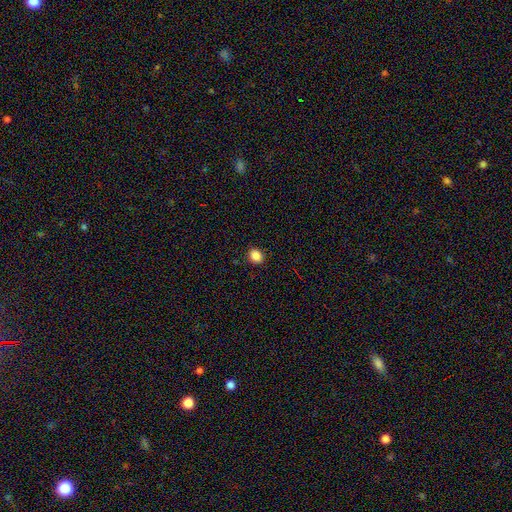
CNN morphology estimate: The model was most divided on "how rounded": round: 64%, in between: 35%, cigar-shaped: 1%. More confident: merging — none (90%); smooth or featured — smooth (87%).